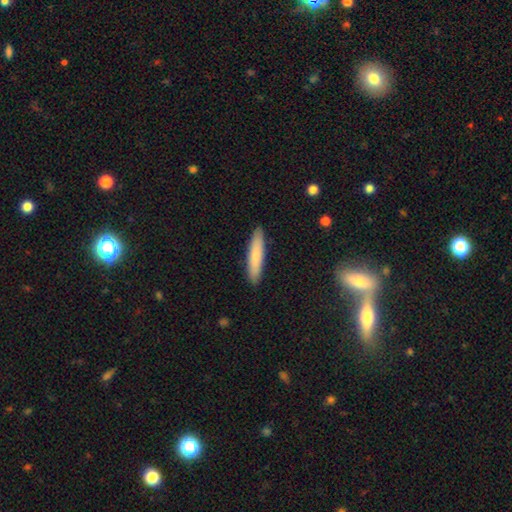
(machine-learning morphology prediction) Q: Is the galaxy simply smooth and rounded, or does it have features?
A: smooth — 79%.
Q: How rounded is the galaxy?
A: cigar-shaped — 88%.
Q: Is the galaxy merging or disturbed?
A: none — 90%.